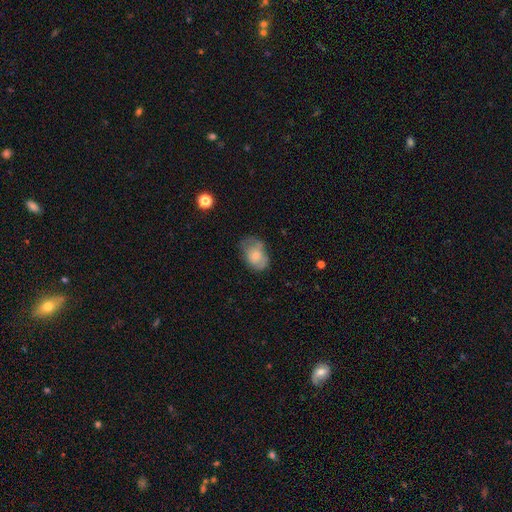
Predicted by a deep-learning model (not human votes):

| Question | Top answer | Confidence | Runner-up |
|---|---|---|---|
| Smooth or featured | smooth | 71% | featured or disk (21%) |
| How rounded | in between | 81% | round (18%) |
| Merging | none | 49% | minor disturbance (33%) |